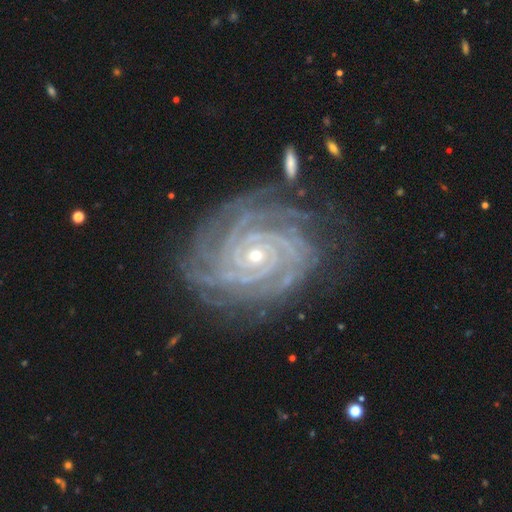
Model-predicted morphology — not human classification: Smooth or featured? featured or disk (93%)
Edge-on disk? no (98%)
Bar? no (68%)
Spiral arms? yes (99%)
Spiral winding? tight (87%)
Spiral arm count? 4 (25%)
Bulge size? small (72%)
Merging? none (76%)